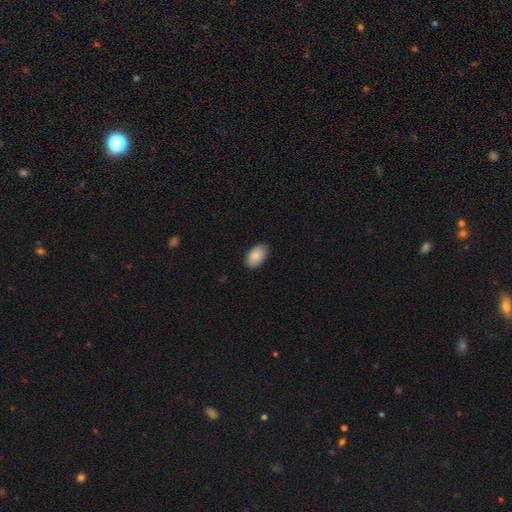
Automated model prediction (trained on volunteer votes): Overall: smooth (86%). How rounded: in between (93%). Merging: none (87%).